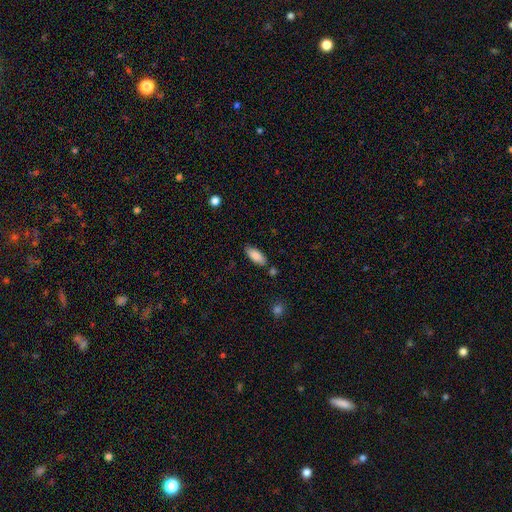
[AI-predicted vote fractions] smooth-or-featured: smooth: 86% | featured or disk: 8% | star or artifact: 7%
  how-rounded: in between: 79% | cigar-shaped: 19% | round: 2%
  merging: none: 79% | minor disturbance: 13% | merger: 5% | major disturbance: 3%